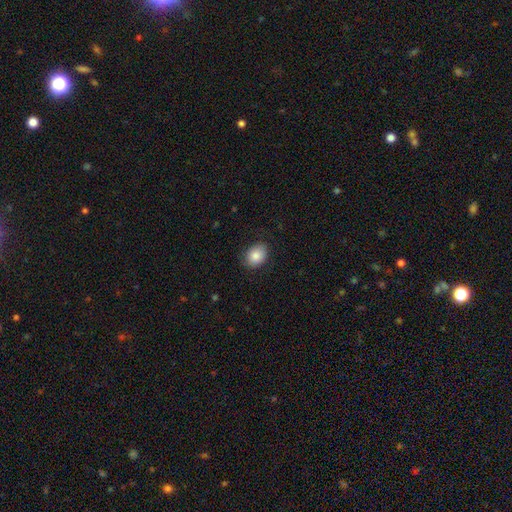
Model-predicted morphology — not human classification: Smooth or featured?
  - smooth: 86% *
  - star or artifact: 8%
  - featured or disk: 6%
How rounded?
  - in between: 62% *
  - round: 38%
  - cigar-shaped: 1%
Merging?
  - none: 81% *
  - minor disturbance: 15%
  - major disturbance: 3%
  - merger: 1%